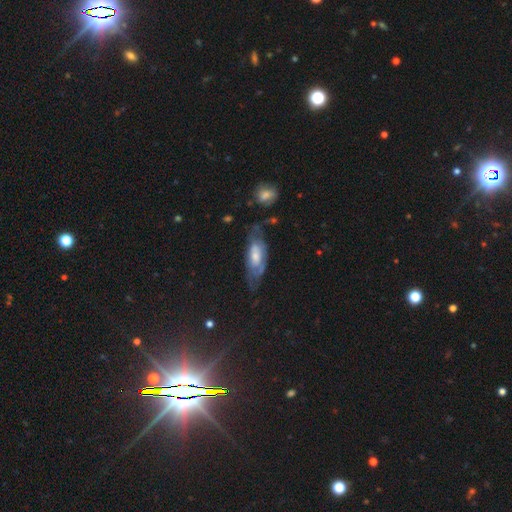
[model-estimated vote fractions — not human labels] smooth-or-featured: featured or disk: 58% | smooth: 35% | star or artifact: 7%
  disk-edge-on: no: 84% | yes: 16%
  merging: none: 46% | minor disturbance: 28% | major disturbance: 22% | merger: 4%